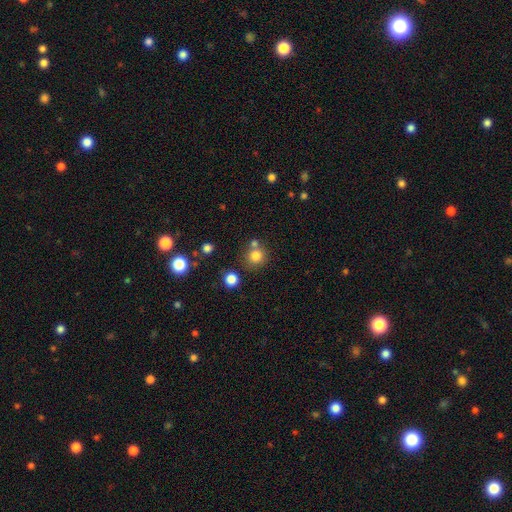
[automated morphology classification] smooth 80%, star or artifact 13%, featured or disk 7%. Down the decision tree: how rounded — round (90%); merging — none (67%).